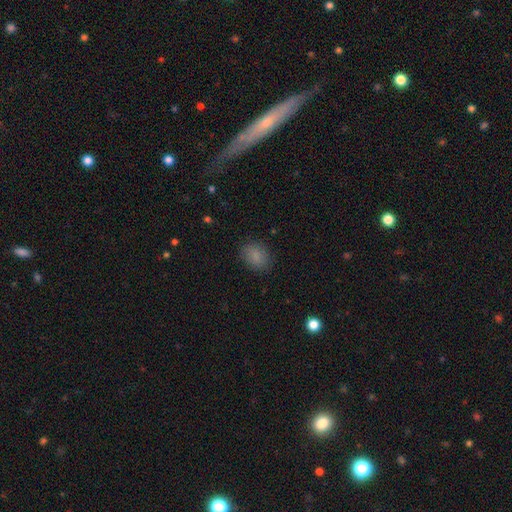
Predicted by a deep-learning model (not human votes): The model was most divided on "how rounded": in between: 65%, round: 34%, cigar-shaped: 1%. More confident: smooth or featured — smooth (85%); merging — none (84%).